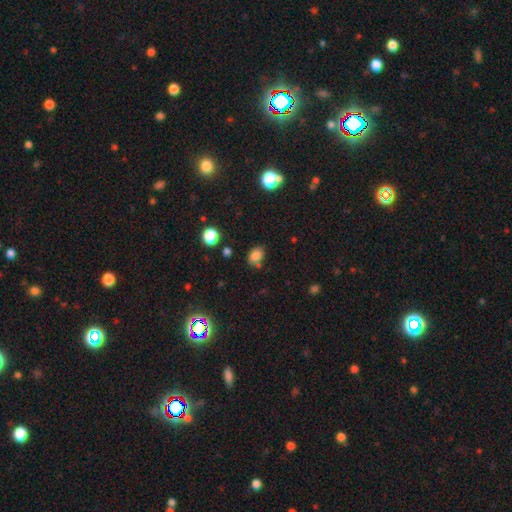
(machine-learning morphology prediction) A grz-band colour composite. It shows a smooth galaxy with no disk features (81%) that is in between round and cigar-shaped (63%). Merging: none (71%).